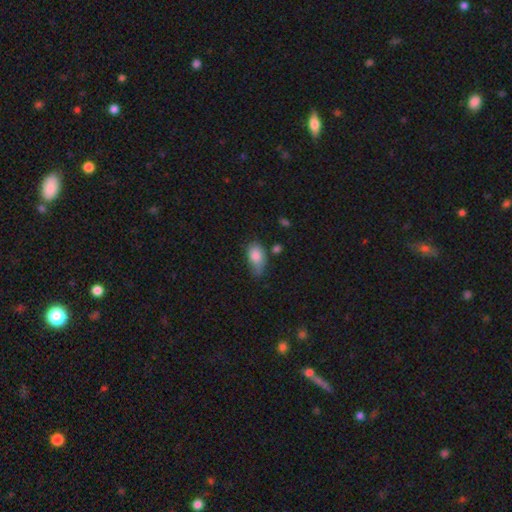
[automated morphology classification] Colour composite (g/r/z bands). It shows a smooth galaxy with no disk features (82%) that is in between round and cigar-shaped (88%). Merging: minor disturbance (40%, tied with none).